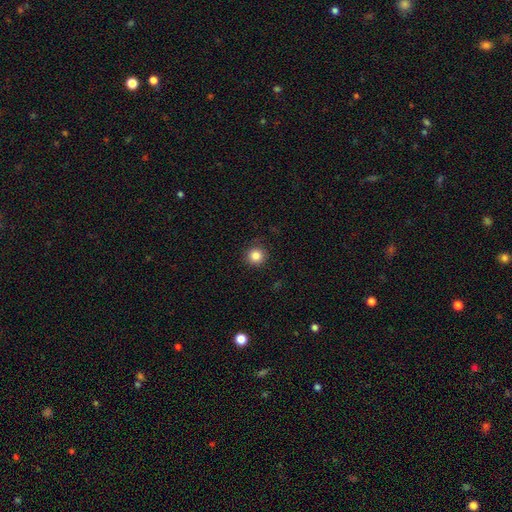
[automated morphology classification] A smooth galaxy with no disk features (84%) that is round (95%).

Vote fractions:
- Smooth or featured? smooth: 84% / star or artifact: 11% / featured or disk: 5%
- How rounded? round: 95% / in between: 4% / cigar-shaped: 1%
- Merging? none: 90% / minor disturbance: 7% / major disturbance: 2% / merger: 1%